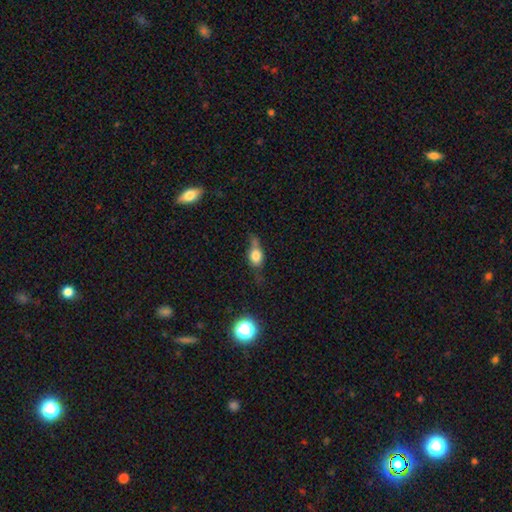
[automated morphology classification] Q: Smooth or featured?
A: smooth (64%); runner-up: featured or disk (24%)
Q: How rounded?
A: in between (59%); runner-up: round (33%)
Q: Merging?
A: none (41%); runner-up: minor disturbance (31%)